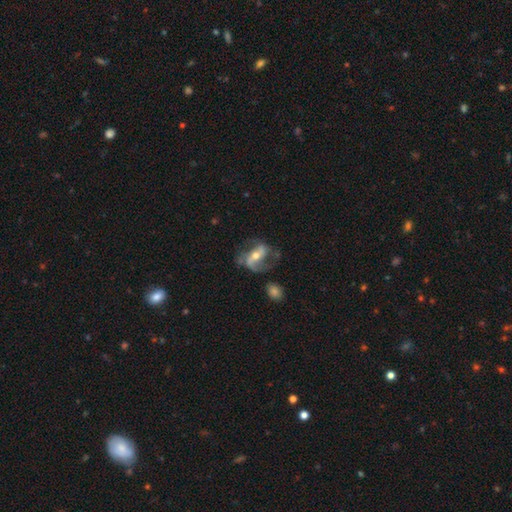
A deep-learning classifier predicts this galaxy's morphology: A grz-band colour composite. It shows a featured or disk galaxy (80%) with a strong bar (44%), 2 (81%) loose (50%) spiral arms (90%) and a moderate central bulge (60%). Merging: none (52%).